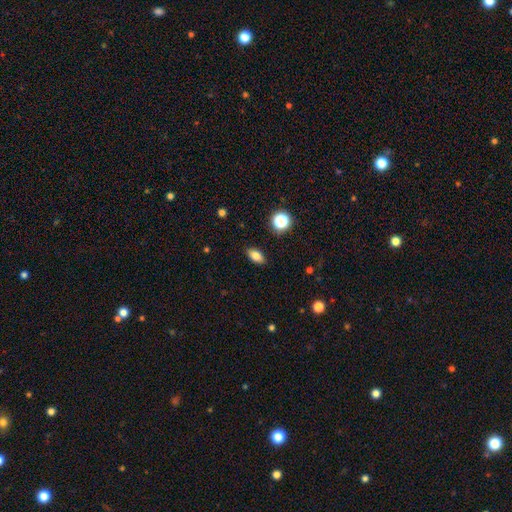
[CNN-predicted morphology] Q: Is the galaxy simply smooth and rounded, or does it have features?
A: smooth — 81%.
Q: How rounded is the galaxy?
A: in between — 86%.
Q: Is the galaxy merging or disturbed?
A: none — 88%.